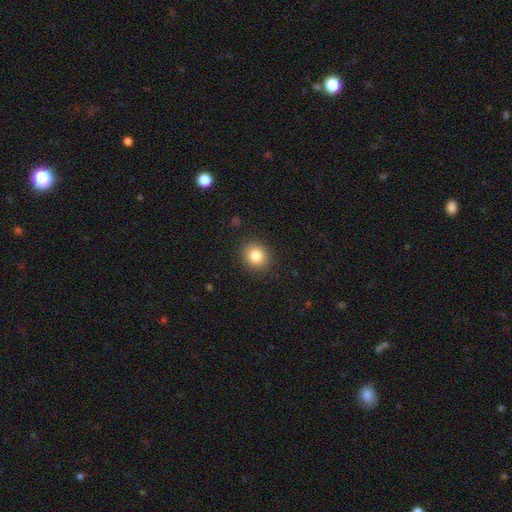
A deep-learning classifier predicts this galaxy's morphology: A smooth galaxy with no disk features (84%) that is round (77%).

Vote fractions:
- Smooth or featured? smooth: 84% / star or artifact: 10% / featured or disk: 6%
- How rounded? round: 77% / in between: 22% / cigar-shaped: 1%
- Merging? none: 90% / minor disturbance: 7% / major disturbance: 2% / merger: 1%